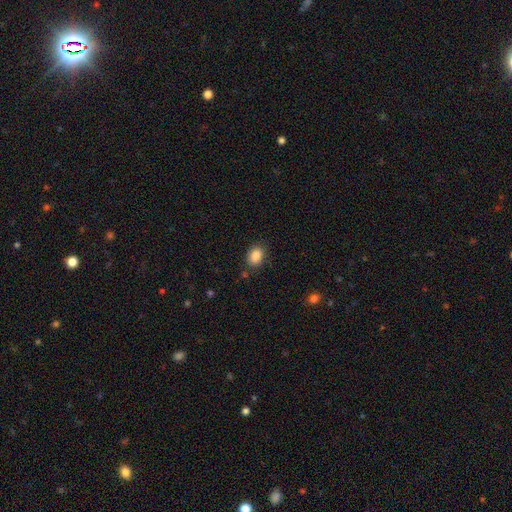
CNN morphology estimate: smooth-or-featured: smooth: 87% | star or artifact: 8% | featured or disk: 4%
  how-rounded: in between: 77% | round: 22% | cigar-shaped: 1%
  merging: none: 80% | minor disturbance: 14% | major disturbance: 3% | merger: 3%